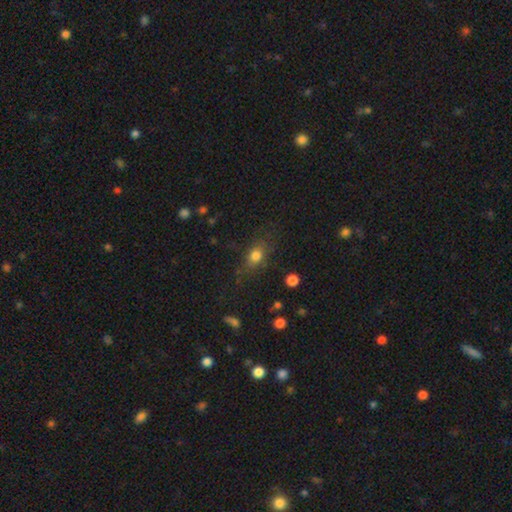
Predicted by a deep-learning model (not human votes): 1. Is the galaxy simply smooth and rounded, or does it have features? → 75% smooth, 13% star or artifact, 12% featured or disk.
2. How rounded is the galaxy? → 61% in between, 33% round, 6% cigar-shaped.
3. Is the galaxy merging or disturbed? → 70% none, 18% minor disturbance, 10% major disturbance, 2% merger.